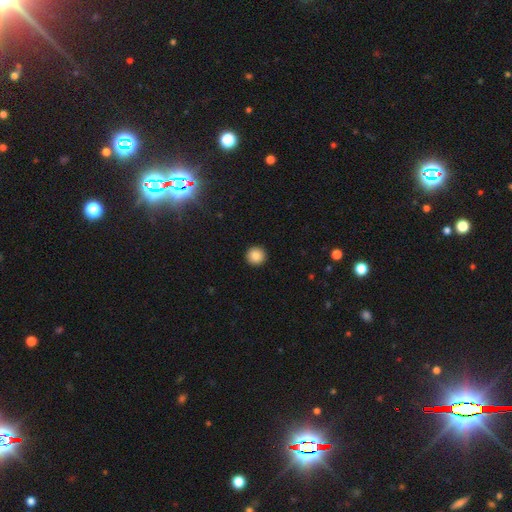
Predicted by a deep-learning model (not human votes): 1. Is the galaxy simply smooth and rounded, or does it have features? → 86% smooth, 10% star or artifact, 5% featured or disk.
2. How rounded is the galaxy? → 96% round, 3% in between, 1% cigar-shaped.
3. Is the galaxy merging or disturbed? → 94% none, 4% minor disturbance, 1% major disturbance, 1% merger.